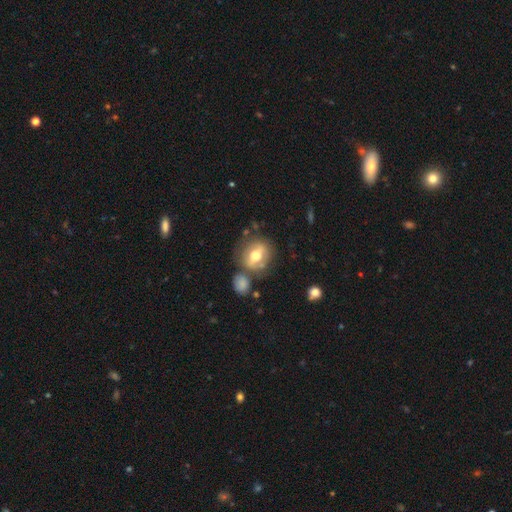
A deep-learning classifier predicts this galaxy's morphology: Smooth or featured?
  - smooth: 48% *
  - featured or disk: 44%
  - star or artifact: 8%
Merging?
  - none: 65% *
  - minor disturbance: 16%
  - merger: 13%
  - major disturbance: 7%